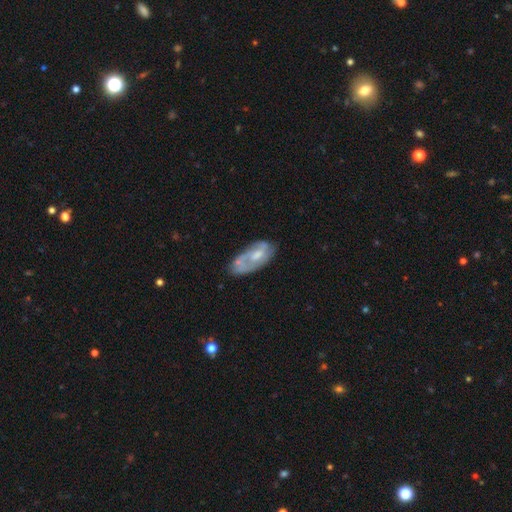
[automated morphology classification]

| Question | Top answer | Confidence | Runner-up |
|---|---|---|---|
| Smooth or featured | featured or disk | 55% | smooth (38%) |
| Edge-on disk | no | 91% | yes (9%) |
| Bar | no | 61% | weak (32%) |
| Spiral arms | yes | 56% | no (44%) |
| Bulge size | moderate | 48% | small (30%) |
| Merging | none | 53% | minor disturbance (28%) |